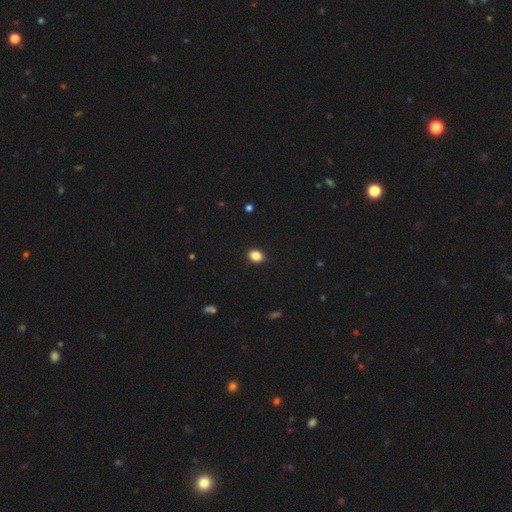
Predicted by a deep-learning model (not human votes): Q: Smooth or featured?
A: smooth (87%); runner-up: star or artifact (10%)
Q: How rounded?
A: round (50%); runner-up: in between (49%)
Q: Merging?
A: none (91%); runner-up: minor disturbance (7%)